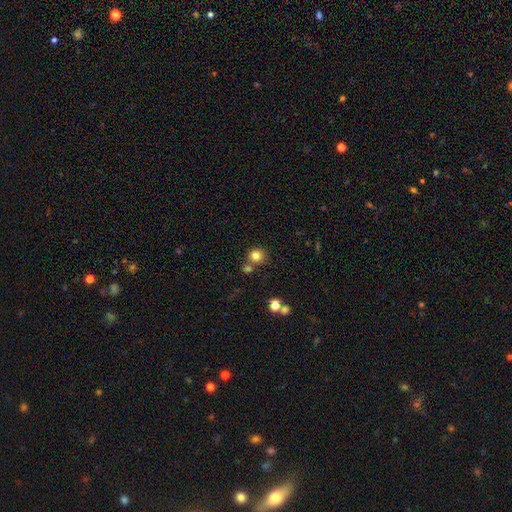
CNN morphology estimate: Smooth or featured?
  - smooth: 81% *
  - star or artifact: 12%
  - featured or disk: 7%
How rounded?
  - round: 86% *
  - in between: 13%
  - cigar-shaped: 1%
Merging?
  - none: 70% *
  - merger: 18%
  - minor disturbance: 9%
  - major disturbance: 3%